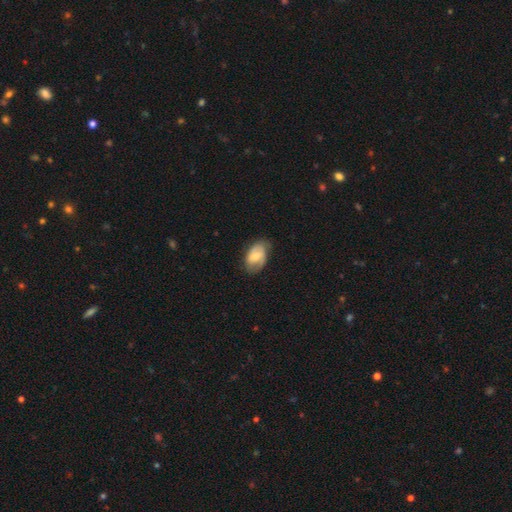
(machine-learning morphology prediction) This is possibly a smooth galaxy (55%). How rounded: clearly in between (90%). Merging: likely none (63%).